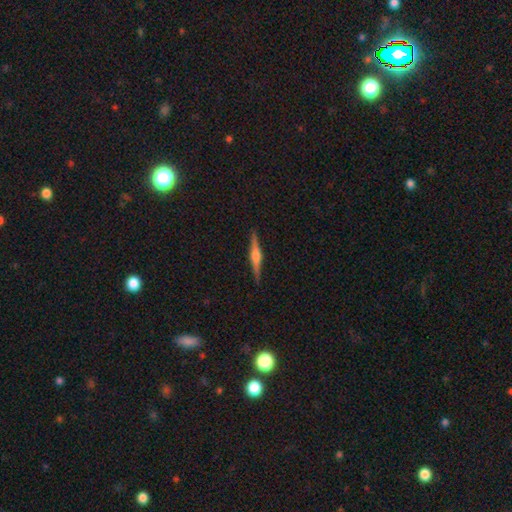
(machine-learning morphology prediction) This appears to be a featured or disk galaxy (73%) viewed edge-on (98%) with a rounded central bulge (84%). Merging: none (91%).